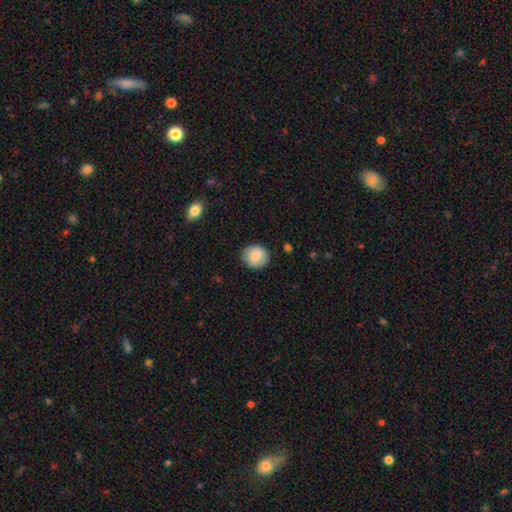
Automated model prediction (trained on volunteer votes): smooth_or_featured: smooth (p=0.82) [alt: featured or disk p=0.11]
how_rounded: round (p=0.81) [alt: in between p=0.18]
merging: none (p=0.86) [alt: minor disturbance p=0.10]